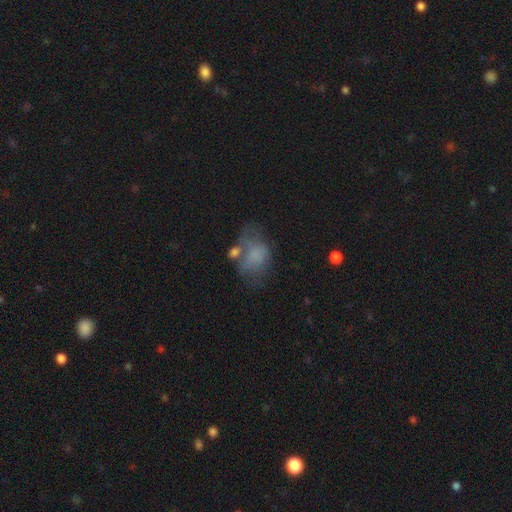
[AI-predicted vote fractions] Overall: smooth (58%; featured or disk 30%). How rounded: in between (77%). Merging: major disturbance (30%; none 27%).